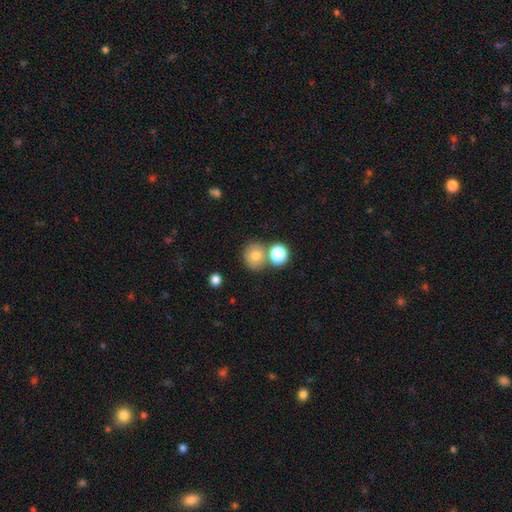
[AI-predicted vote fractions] Smooth or featured: smooth — 77% (star or artifact — 13%)
How rounded: round — 84% (in between — 15%)
Merging: none — 60% (merger — 26%)